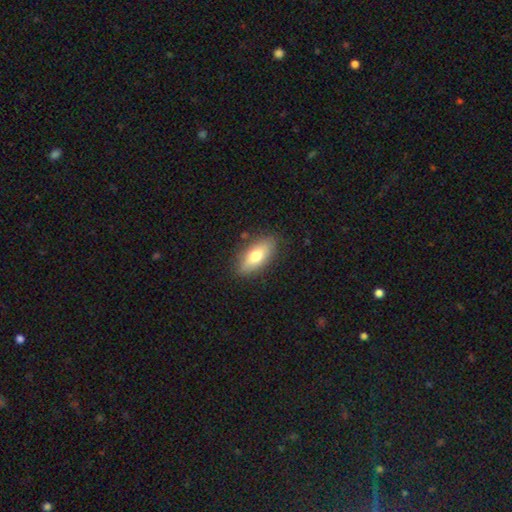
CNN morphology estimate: A smooth galaxy with no disk features (72%) that is in between round and cigar-shaped (82%).

Vote fractions:
- Smooth or featured? smooth: 72% / featured or disk: 22% / star or artifact: 7%
- How rounded? in between: 82% / cigar-shaped: 15% / round: 4%
- Merging? none: 85% / minor disturbance: 11% / major disturbance: 3% / merger: 1%